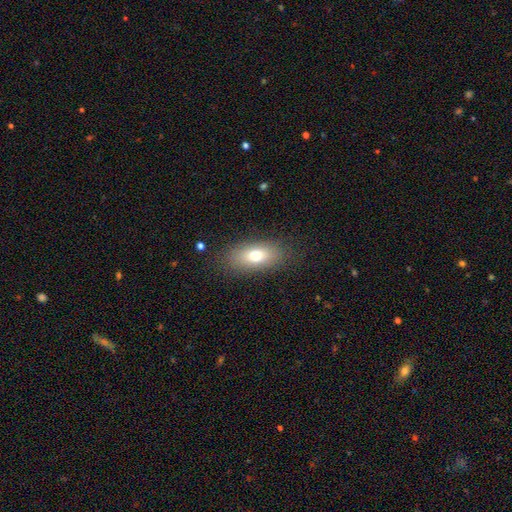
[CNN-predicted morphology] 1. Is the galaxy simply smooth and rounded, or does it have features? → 72% smooth, 18% featured or disk, 10% star or artifact.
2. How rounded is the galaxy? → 86% in between, 7% cigar-shaped, 7% round.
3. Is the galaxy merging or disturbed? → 84% none, 11% minor disturbance, 4% major disturbance, 1% merger.